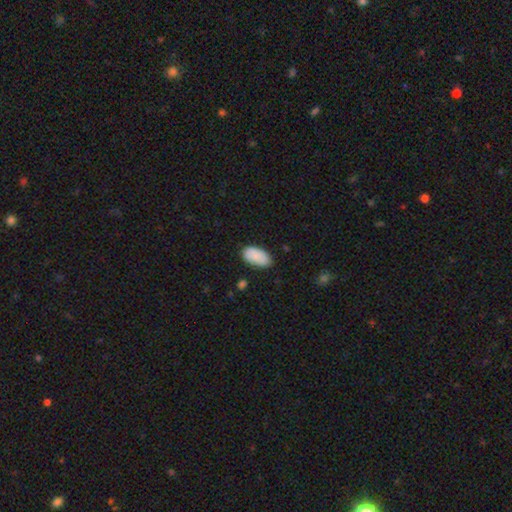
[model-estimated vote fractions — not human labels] smooth-or-featured: smooth: 88% | star or artifact: 6% | featured or disk: 6%
  how-rounded: in between: 95% | round: 2% | cigar-shaped: 2%
  merging: none: 77% | minor disturbance: 18% | major disturbance: 3% | merger: 2%